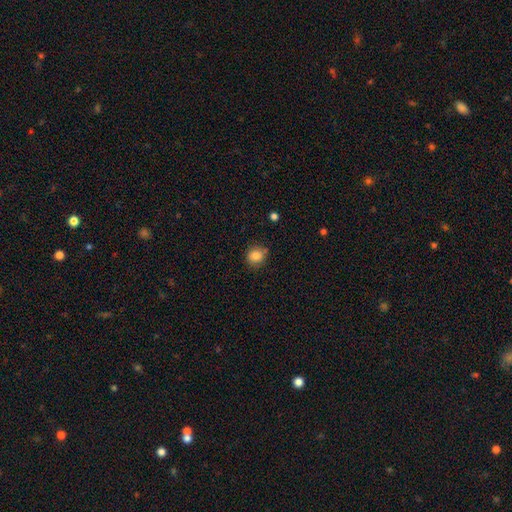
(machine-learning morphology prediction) Smooth or featured?
  - smooth: 84% *
  - star or artifact: 10%
  - featured or disk: 5%
How rounded?
  - round: 78% *
  - in between: 21%
  - cigar-shaped: 1%
Merging?
  - none: 75% *
  - minor disturbance: 18%
  - major disturbance: 4%
  - merger: 3%